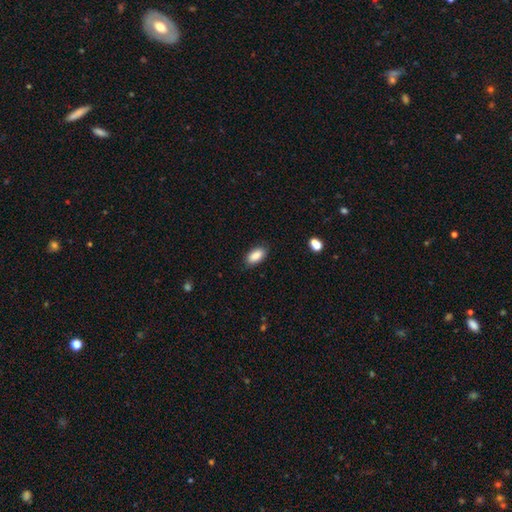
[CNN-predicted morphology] A smooth galaxy with no disk features (89%) that is in between round and cigar-shaped (91%). Merging: none (87%).